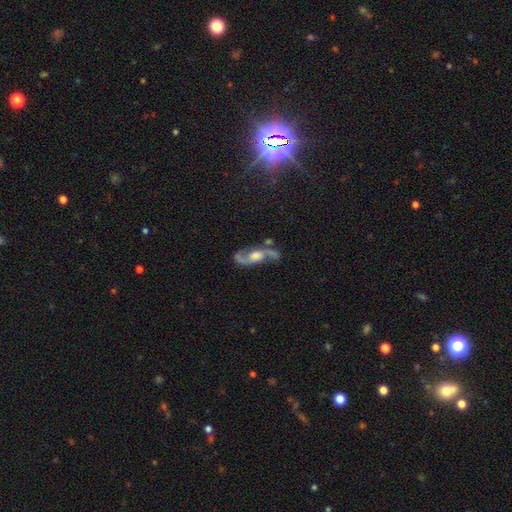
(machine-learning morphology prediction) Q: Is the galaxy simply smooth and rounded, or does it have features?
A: featured or disk — 86%.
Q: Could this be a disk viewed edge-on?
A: no — 89%.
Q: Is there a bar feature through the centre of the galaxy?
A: no — 56%.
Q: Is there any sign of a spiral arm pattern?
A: yes — 95%.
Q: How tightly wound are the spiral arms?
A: loose — 55%.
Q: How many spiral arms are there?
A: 2 — 93%.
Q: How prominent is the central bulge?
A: moderate — 46%.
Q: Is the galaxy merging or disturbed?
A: none — 71%.